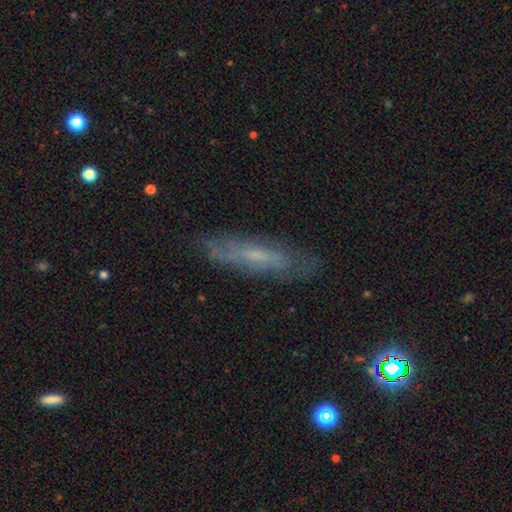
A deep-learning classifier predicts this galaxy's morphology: Smooth or featured?
  - featured or disk: 55% *
  - smooth: 36%
  - star or artifact: 9%
Edge-on disk?
  - no: 52% *
  - yes: 48%
Merging?
  - none: 78% *
  - minor disturbance: 16%
  - major disturbance: 4%
  - merger: 2%